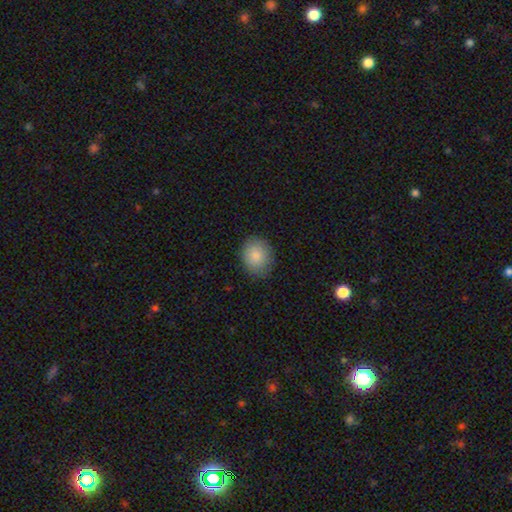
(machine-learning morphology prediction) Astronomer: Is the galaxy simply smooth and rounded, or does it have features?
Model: smooth — 87%.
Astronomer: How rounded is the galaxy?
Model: round — 57% (runner-up: in between, 42%).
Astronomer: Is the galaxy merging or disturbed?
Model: none — 83%.